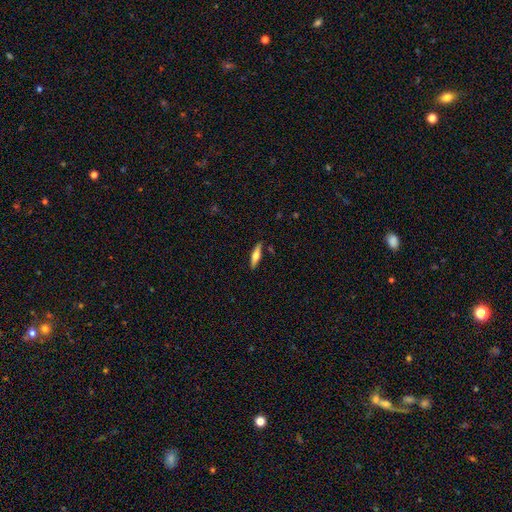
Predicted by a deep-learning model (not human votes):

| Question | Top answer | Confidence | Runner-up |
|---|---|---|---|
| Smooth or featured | smooth | 54% | featured or disk (40%) |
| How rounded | cigar-shaped | 65% | in between (32%) |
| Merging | none | 87% | minor disturbance (9%) |